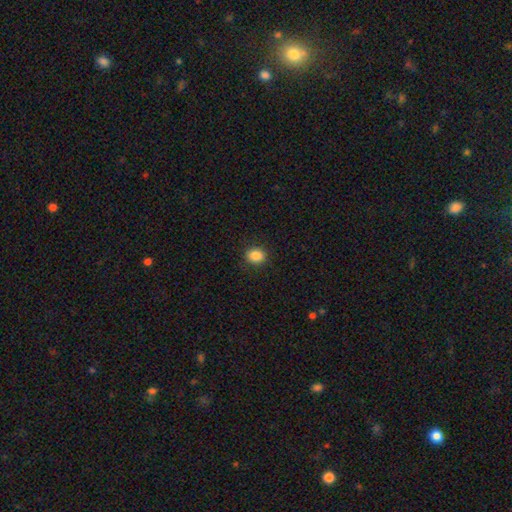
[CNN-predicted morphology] Overall: smooth (86%). How rounded: round (63%; in between 36%). Merging: none (89%).